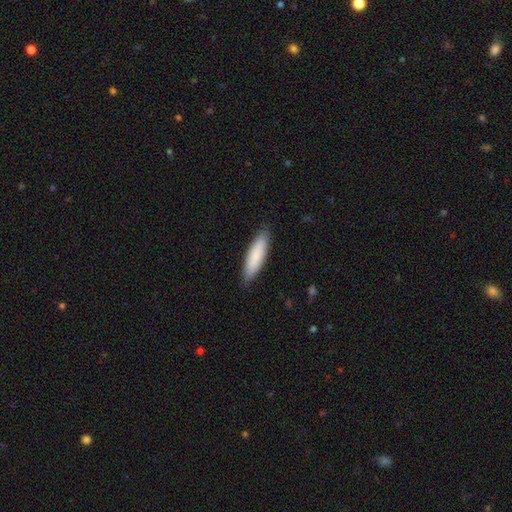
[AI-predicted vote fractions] This appears to be a smooth galaxy with no disk features (84%) that is cigar-shaped (66%). Merging: none (87%).